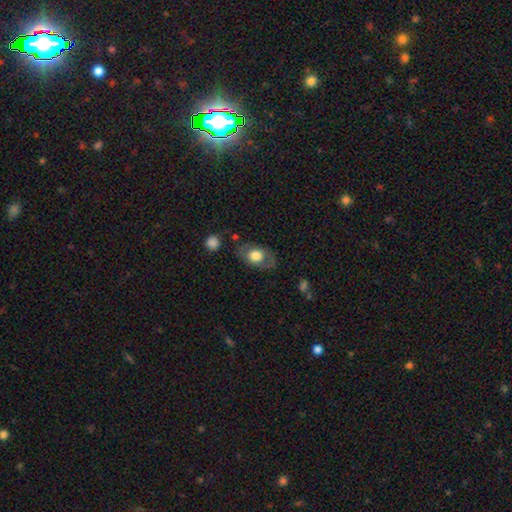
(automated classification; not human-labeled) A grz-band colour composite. It shows a smooth galaxy with no disk features (60%) that is in between round and cigar-shaped (79%). Merging: none (75%).